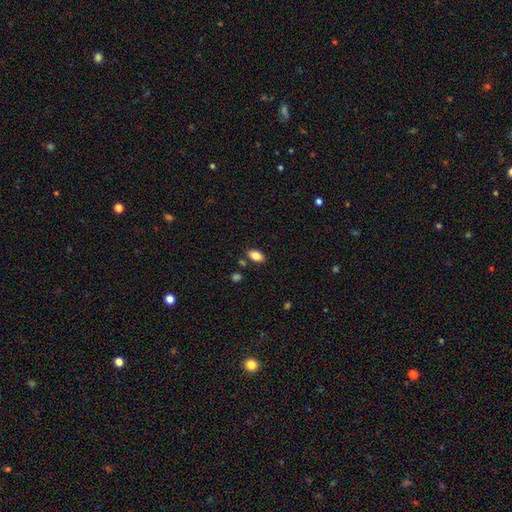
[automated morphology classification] smooth-or-featured: smooth: 85% | star or artifact: 8% | featured or disk: 7%
  how-rounded: in between: 92% | round: 6% | cigar-shaped: 3%
  merging: none: 83% | minor disturbance: 10% | merger: 4% | major disturbance: 2%